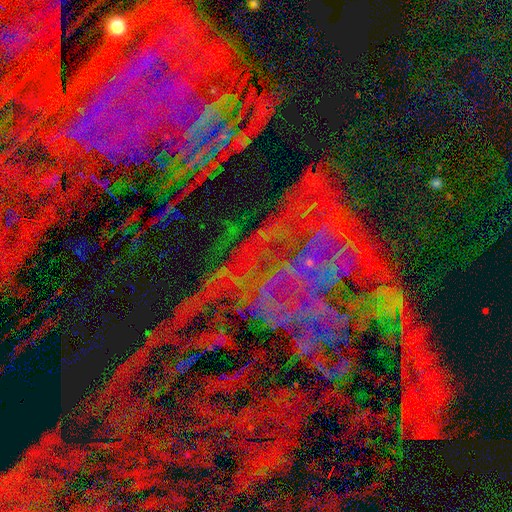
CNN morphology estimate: The model was most divided on "smooth or featured": star or artifact: 79%, featured or disk: 12%, smooth: 9%.